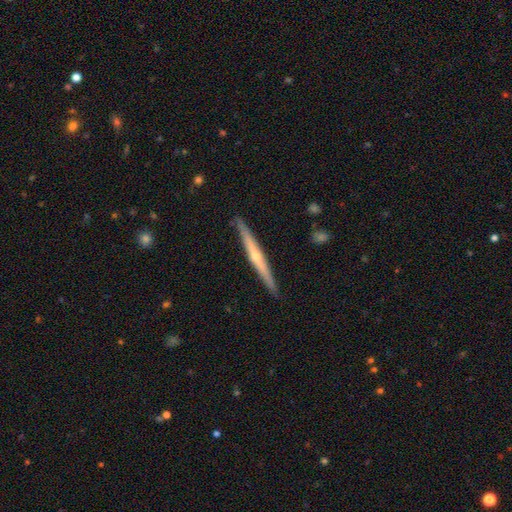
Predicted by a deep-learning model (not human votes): A featured or disk galaxy (66%) viewed edge-on (97%) with a rounded central bulge (65%).

Vote fractions:
- Smooth or featured? featured or disk: 66% / smooth: 29% / star or artifact: 5%
- Edge-on disk? yes: 97% / no: 3%
- Edge-on bulge? rounded: 65% / none: 31% / boxy: 4%
- Merging? none: 90% / minor disturbance: 8% / major disturbance: 1% / merger: 1%